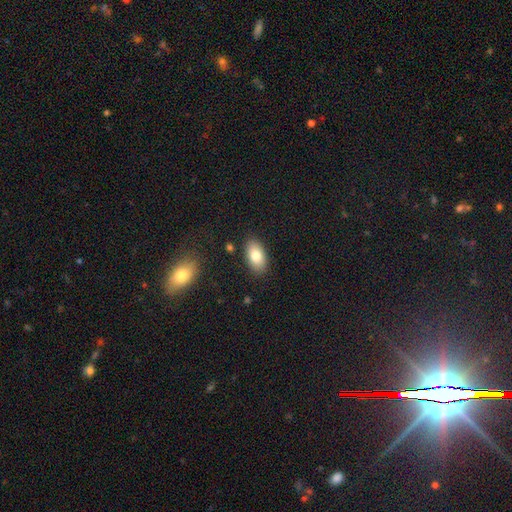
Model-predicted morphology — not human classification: smooth-or-featured: smooth: 79% | featured or disk: 13% | star or artifact: 7%
  how-rounded: in between: 93% | round: 5% | cigar-shaped: 2%
  merging: none: 86% | minor disturbance: 10% | major disturbance: 2% | merger: 2%